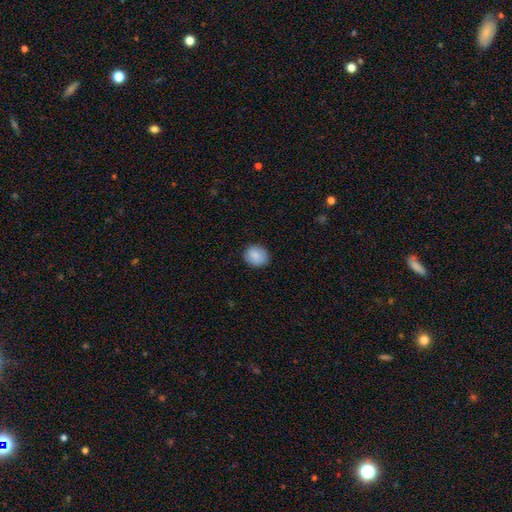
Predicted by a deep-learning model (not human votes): Overall: smooth (87%). How rounded: round (71%). Merging: none (86%).